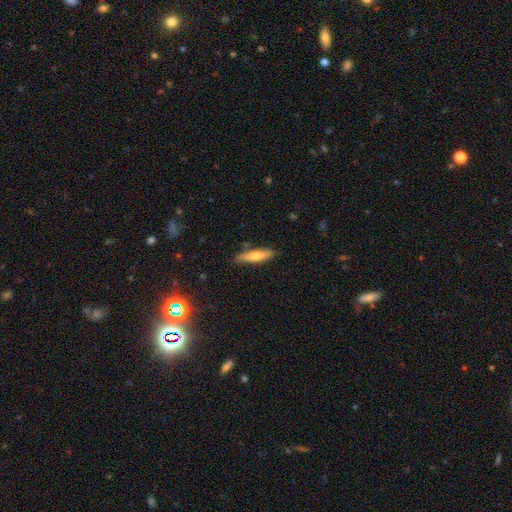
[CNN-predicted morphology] A smooth galaxy with no disk features (60%) that is cigar-shaped (77%).

Vote fractions:
- Smooth or featured? smooth: 60% / featured or disk: 34% / star or artifact: 6%
- How rounded? cigar-shaped: 77% / in between: 21% / round: 2%
- Merging? none: 82% / minor disturbance: 13% / major disturbance: 2% / merger: 2%